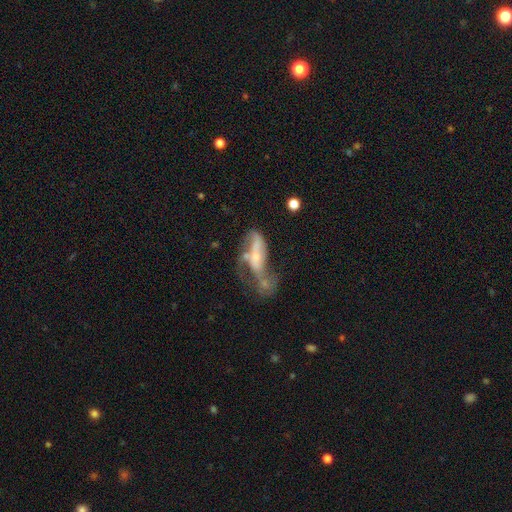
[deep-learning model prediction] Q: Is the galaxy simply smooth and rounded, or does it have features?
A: featured or disk — 59%.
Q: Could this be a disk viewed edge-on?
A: no — 86%.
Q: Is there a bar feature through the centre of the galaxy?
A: no — 64%.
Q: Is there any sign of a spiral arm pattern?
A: no — 51%.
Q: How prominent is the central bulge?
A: small — 53%.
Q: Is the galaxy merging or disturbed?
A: merger — 39%.